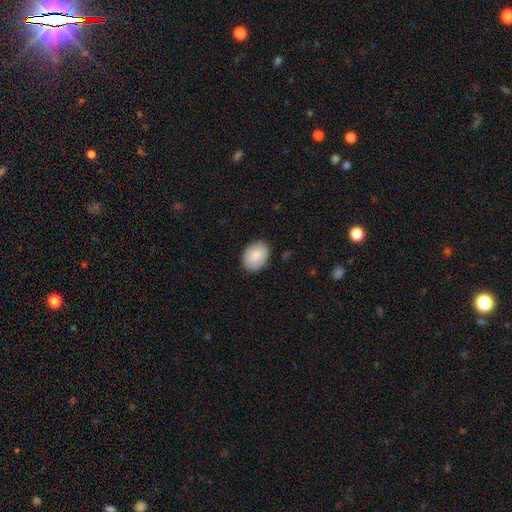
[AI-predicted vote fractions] Smooth or featured: smooth — 85% (featured or disk — 9%)
How rounded: in between — 70% (round — 29%)
Merging: none — 86% (minor disturbance — 11%)